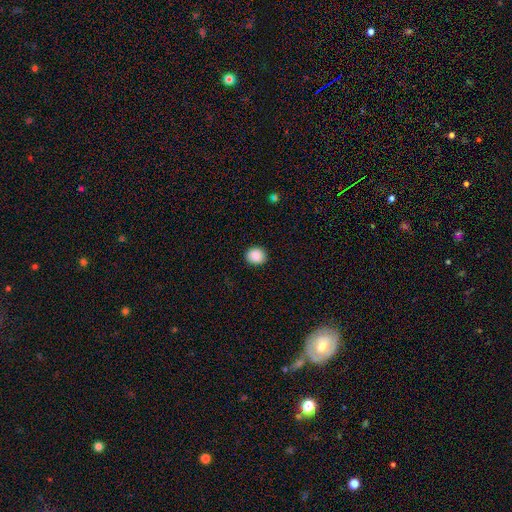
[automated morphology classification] Q: Smooth or featured?
A: smooth (89%); runner-up: star or artifact (8%)
Q: How rounded?
A: round (74%); runner-up: in between (25%)
Q: Merging?
A: none (90%); runner-up: minor disturbance (7%)